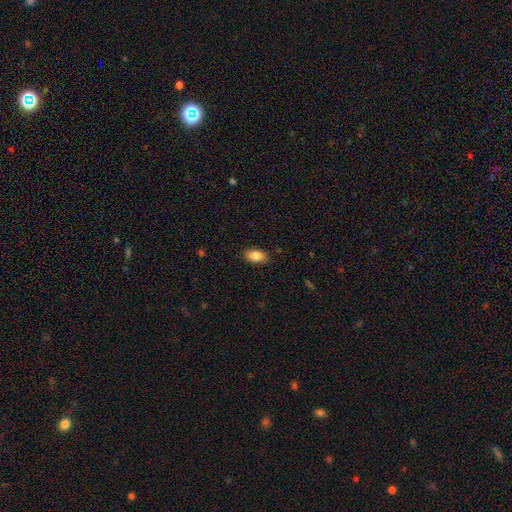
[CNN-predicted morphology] This appears to be a smooth galaxy with no disk features (84%) that is in between round and cigar-shaped (90%). Merging: none (86%).